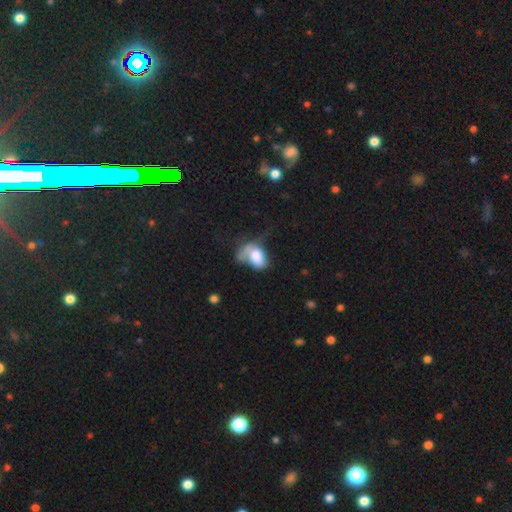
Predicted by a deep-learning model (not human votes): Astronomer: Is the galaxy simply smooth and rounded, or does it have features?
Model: smooth — 68%.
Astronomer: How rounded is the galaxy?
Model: in between — 85%.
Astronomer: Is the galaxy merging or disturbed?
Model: major disturbance — 41% (runner-up: minor disturbance, 23%).